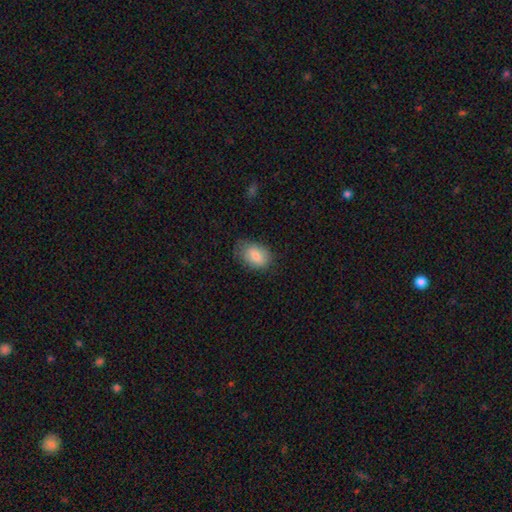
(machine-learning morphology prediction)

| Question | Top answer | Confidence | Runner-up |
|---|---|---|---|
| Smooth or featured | smooth | 83% | featured or disk (10%) |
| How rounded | in between | 85% | round (14%) |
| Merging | none | 70% | minor disturbance (23%) |